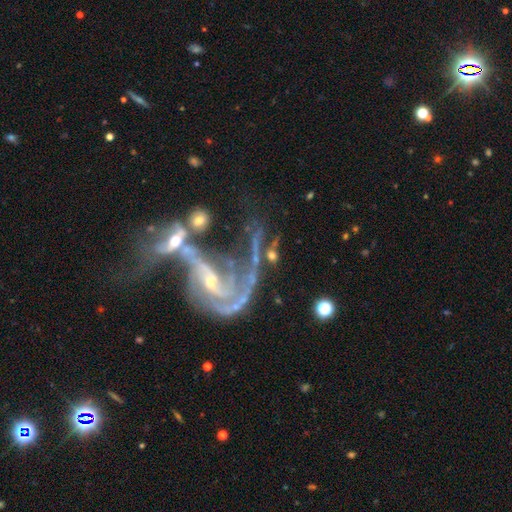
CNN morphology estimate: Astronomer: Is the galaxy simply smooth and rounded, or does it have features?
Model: featured or disk — 86%.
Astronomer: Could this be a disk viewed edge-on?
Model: no — 95%.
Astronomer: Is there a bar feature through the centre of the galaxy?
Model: no — 38% (runner-up: weak, 36%).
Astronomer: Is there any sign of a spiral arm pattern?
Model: yes — 88%.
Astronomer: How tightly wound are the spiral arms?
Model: loose — 55% (runner-up: medium, 31%).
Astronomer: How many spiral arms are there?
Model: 2 — 59%.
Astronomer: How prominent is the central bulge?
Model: small — 56% (runner-up: moderate, 34%).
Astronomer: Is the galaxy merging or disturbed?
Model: merger — 60%.